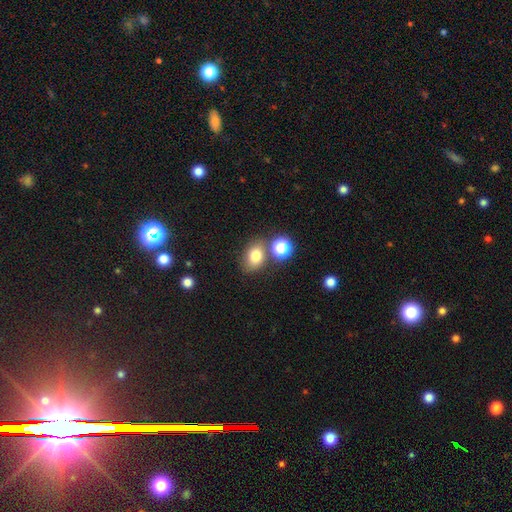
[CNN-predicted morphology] A smooth galaxy with no disk features (78%) that is in between round and cigar-shaped (61%). Merging: none (65%).